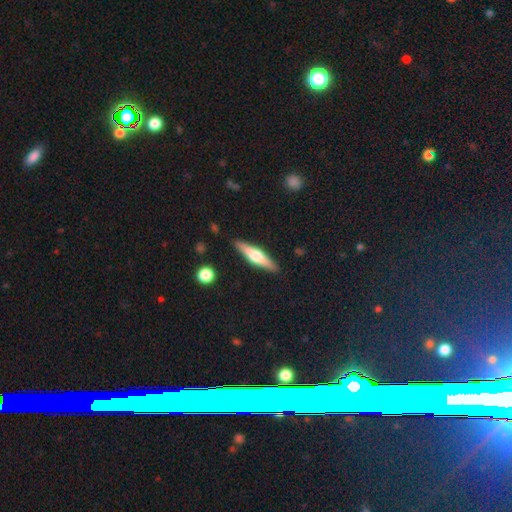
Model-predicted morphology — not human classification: This appears to be a featured or disk galaxy (56%) viewed edge-on (95%) with a rounded central bulge (89%). Merging: none (89%).